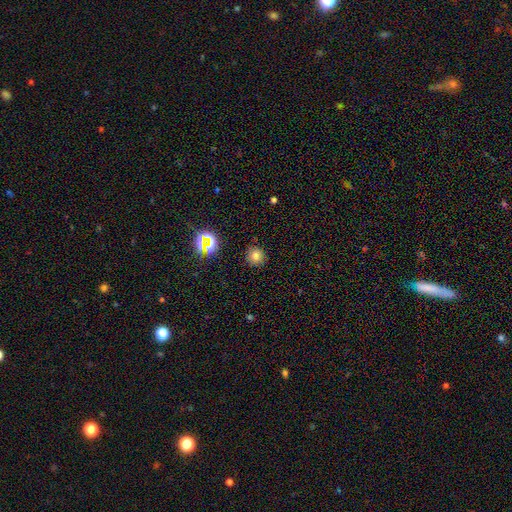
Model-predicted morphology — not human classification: This appears to be a smooth galaxy with no disk features (70%) that is round (92%). Merging: none (87%).